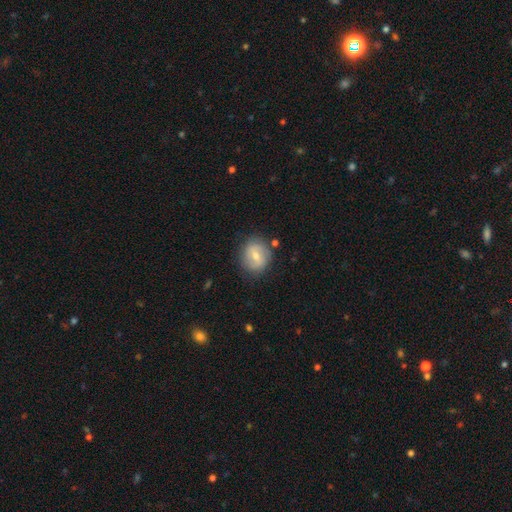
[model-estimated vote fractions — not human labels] This appears to be a smooth galaxy with no disk features (47%). Merging: none (78%).